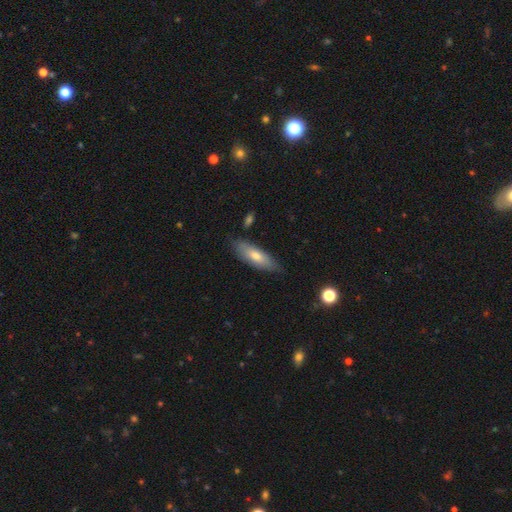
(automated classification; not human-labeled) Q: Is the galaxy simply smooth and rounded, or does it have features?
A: smooth — 65%.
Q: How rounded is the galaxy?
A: in between — 50%.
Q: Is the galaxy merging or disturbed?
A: none — 80%.